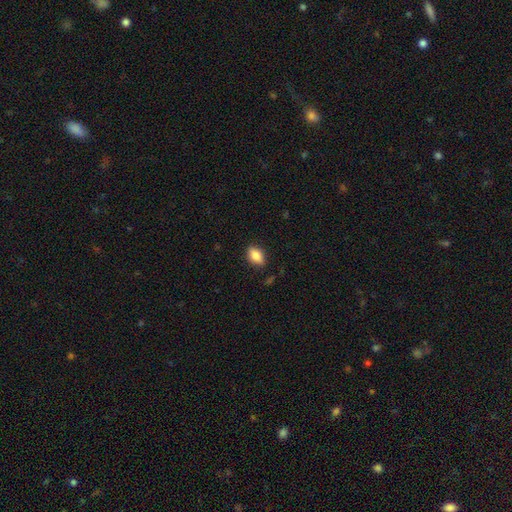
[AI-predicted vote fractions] Q: Smooth or featured?
A: smooth (81%); runner-up: featured or disk (11%)
Q: How rounded?
A: in between (85%); runner-up: round (10%)
Q: Merging?
A: none (83%); runner-up: minor disturbance (13%)